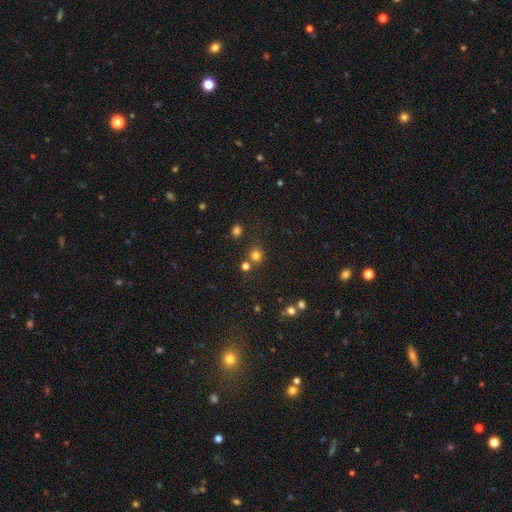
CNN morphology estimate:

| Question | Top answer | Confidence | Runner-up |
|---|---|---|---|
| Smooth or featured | smooth | 73% | star or artifact (20%) |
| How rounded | round | 89% | in between (10%) |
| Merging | none | 70% | merger (16%) |